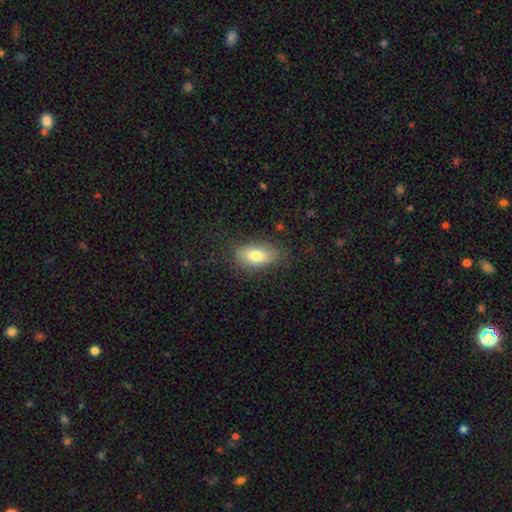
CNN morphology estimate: This appears to be a smooth galaxy with no disk features (79%) that is in between round and cigar-shaped (89%). Merging: none (79%).